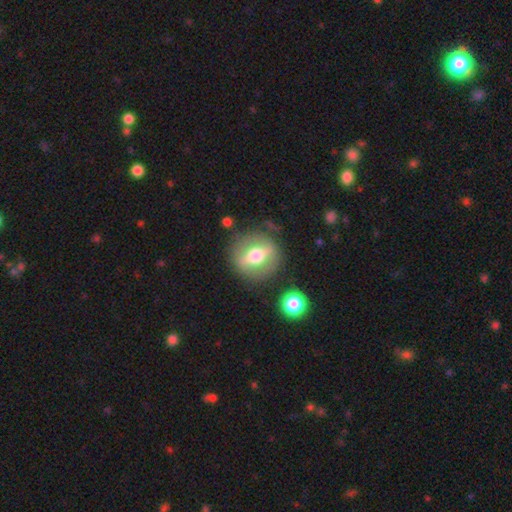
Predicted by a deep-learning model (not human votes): Morphology: type=featured or disk (65%); edge-on=no (64%); merging=none (82%).